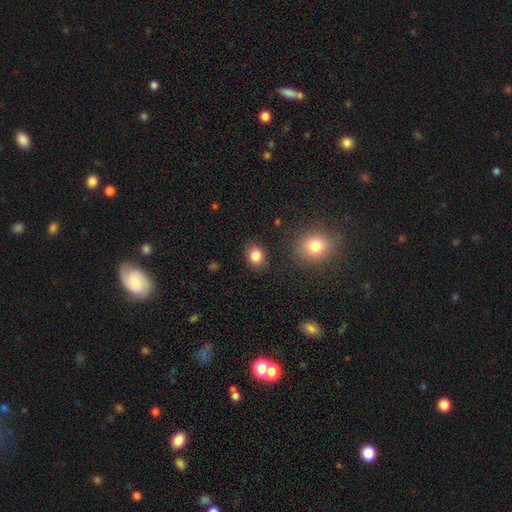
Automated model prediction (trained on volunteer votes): Overall: smooth (84%). How rounded: round (54%; in between 46%). Merging: none (86%).